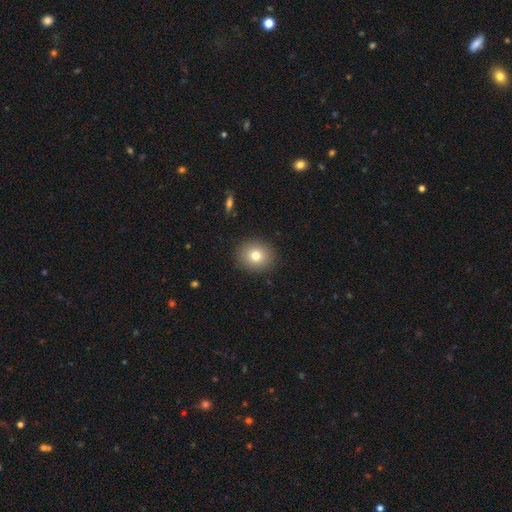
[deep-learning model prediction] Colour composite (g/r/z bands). It shows a smooth galaxy with no disk features (78%) that is round (81%). Merging: none (90%).